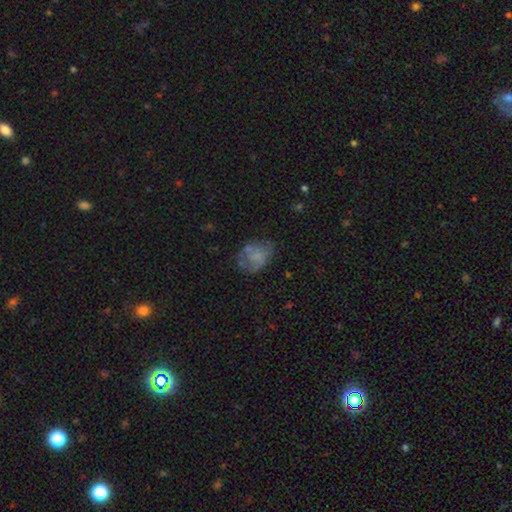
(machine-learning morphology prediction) smooth 53%, featured or disk 35%, star or artifact 12%. Down the decision tree: how rounded — in between (59%); merging — none (48%).